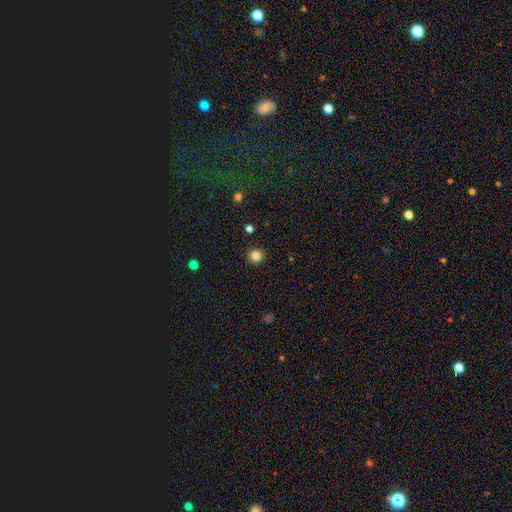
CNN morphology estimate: smooth_or_featured: smooth (p=0.84) [alt: star or artifact p=0.12]
how_rounded: round (p=0.94) [alt: in between p=0.05]
merging: none (p=0.92) [alt: minor disturbance p=0.05]